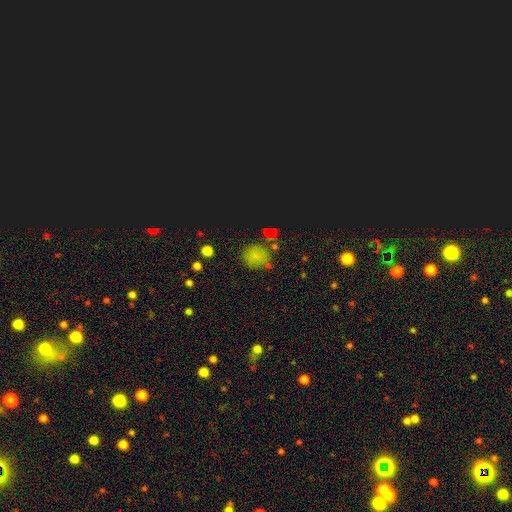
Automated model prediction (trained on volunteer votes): Smooth or featured?
  - smooth: 67% *
  - star or artifact: 24%
  - featured or disk: 9%
How rounded?
  - round: 76% *
  - in between: 23%
  - cigar-shaped: 1%
Merging?
  - none: 67% *
  - minor disturbance: 19%
  - major disturbance: 8%
  - merger: 7%